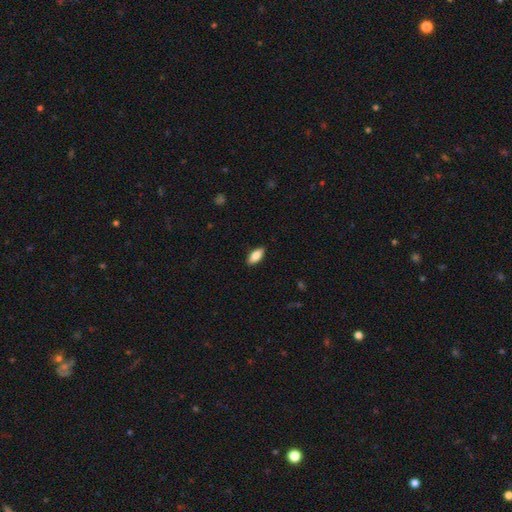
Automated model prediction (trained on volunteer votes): Q: Smooth or featured?
A: smooth (83%); runner-up: featured or disk (11%)
Q: How rounded?
A: in between (86%); runner-up: cigar-shaped (11%)
Q: Merging?
A: none (89%); runner-up: minor disturbance (8%)